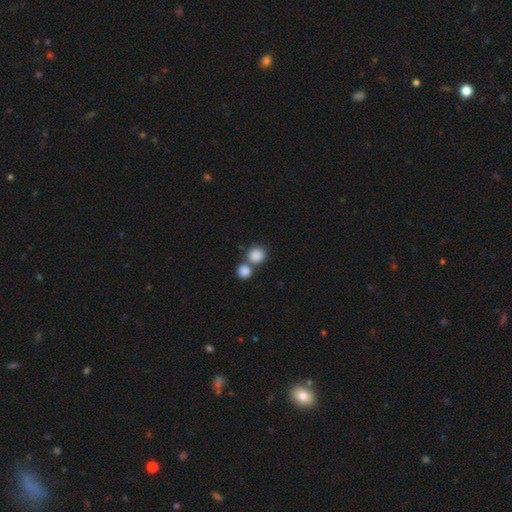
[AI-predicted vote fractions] The model was most divided on "merging": none: 50%, merger: 39%, minor disturbance: 8%, major disturbance: 3%. More confident: smooth or featured — smooth (86%); how rounded — round (84%).